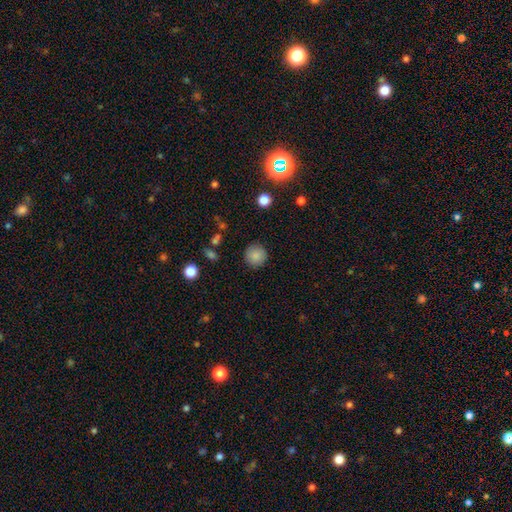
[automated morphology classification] Smooth or featured? Predicted: smooth (p=0.86). How rounded? Predicted: round (p=0.94). Merging? Predicted: none (p=0.89).